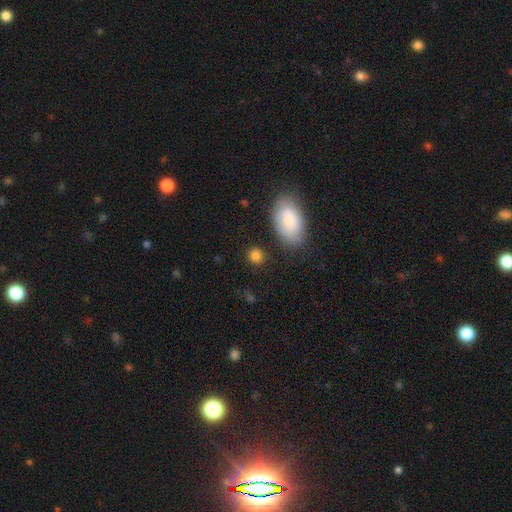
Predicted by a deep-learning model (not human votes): Smooth or featured: smooth — 85% (star or artifact — 10%)
How rounded: round — 74% (in between — 24%)
Merging: none — 82% (minor disturbance — 10%)